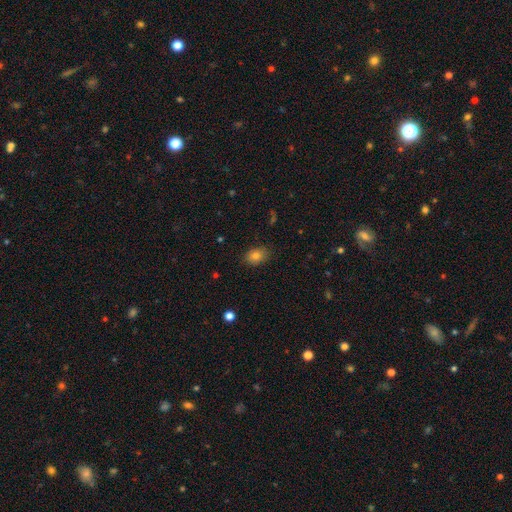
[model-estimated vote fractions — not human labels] Overall: smooth (79%). How rounded: in between (71%). Merging: none (84%).